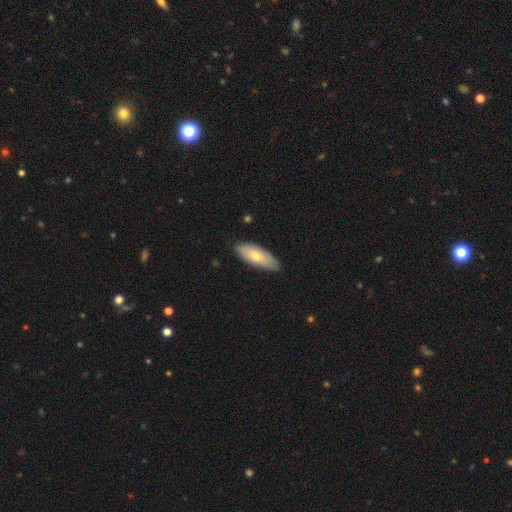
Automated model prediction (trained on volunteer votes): A smooth galaxy with no disk features (66%) that is in between round and cigar-shaped (74%). Merging: none (86%).